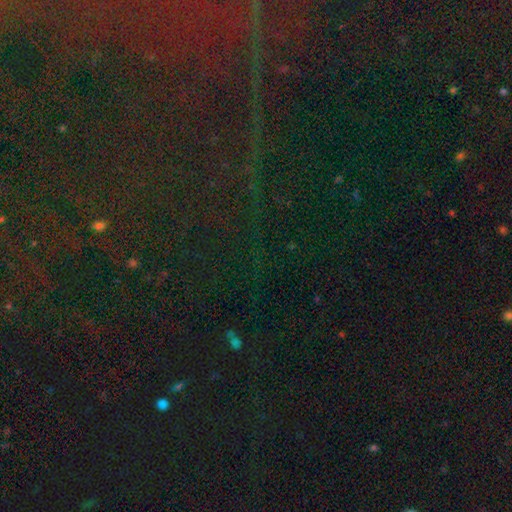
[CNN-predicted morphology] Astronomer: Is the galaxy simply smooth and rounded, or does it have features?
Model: star or artifact — 80%.